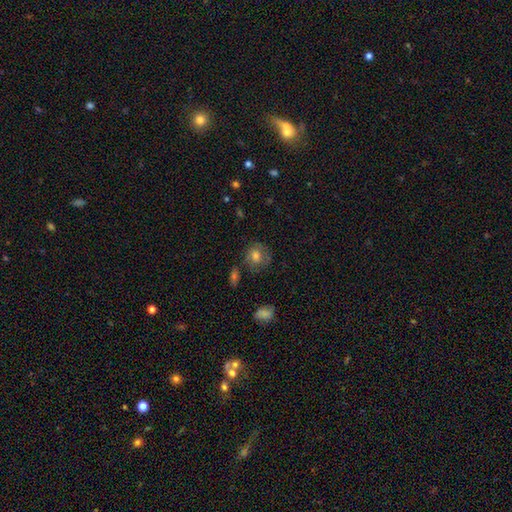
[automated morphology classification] This appears to be a smooth galaxy with no disk features (67%) that is round (76%). Merging: none (69%).